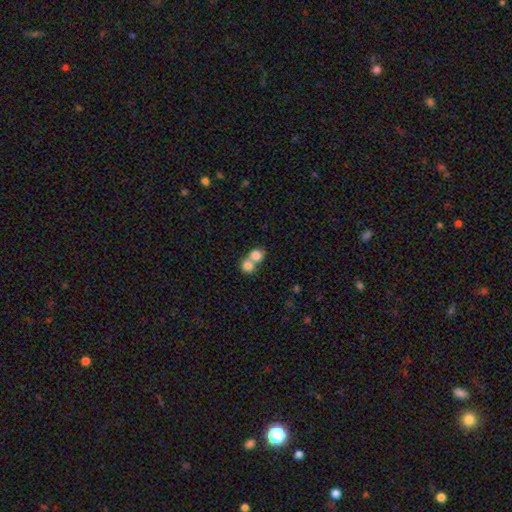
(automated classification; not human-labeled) smooth_or_featured: smooth (p=0.80) [alt: featured or disk p=0.11]
how_rounded: round (p=0.72) [alt: in between p=0.27]
merging: merger (p=0.66) [alt: none p=0.27]